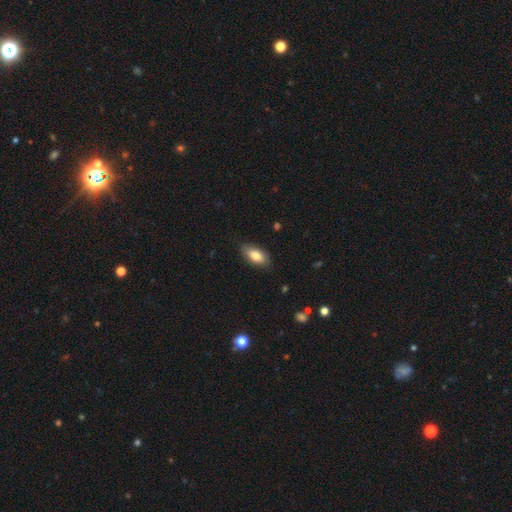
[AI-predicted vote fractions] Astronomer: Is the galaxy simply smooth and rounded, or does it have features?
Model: smooth — 81%.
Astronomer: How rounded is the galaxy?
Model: in between — 91%.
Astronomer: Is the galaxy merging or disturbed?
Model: none — 84%.